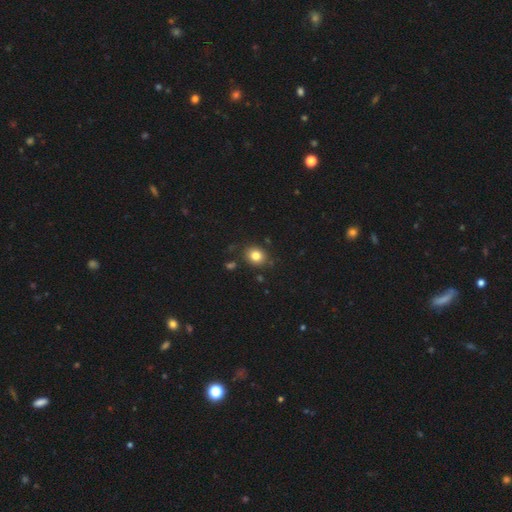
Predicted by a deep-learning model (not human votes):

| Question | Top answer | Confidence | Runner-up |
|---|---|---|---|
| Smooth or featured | smooth | 82% | star or artifact (11%) |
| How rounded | round | 66% | in between (34%) |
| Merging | none | 85% | minor disturbance (9%) |